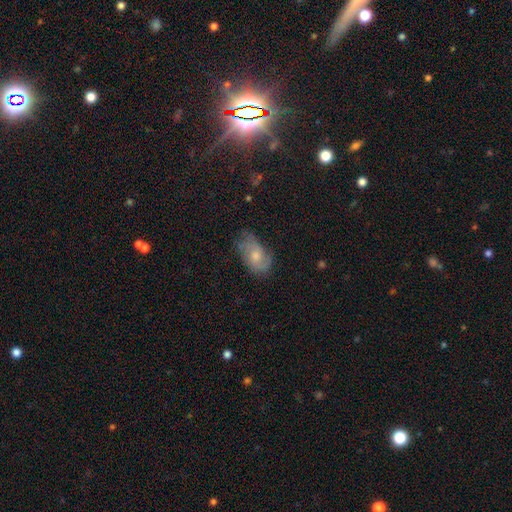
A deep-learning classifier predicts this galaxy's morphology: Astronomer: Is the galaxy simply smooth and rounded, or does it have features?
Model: featured or disk — 48% (runner-up: smooth, 44%).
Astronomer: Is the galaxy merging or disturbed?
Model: none — 54% (runner-up: minor disturbance, 31%).